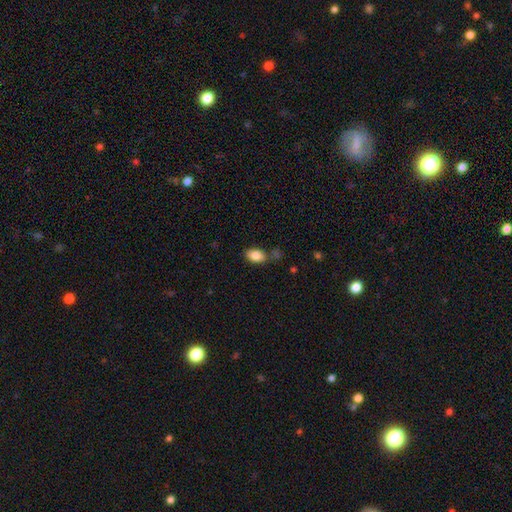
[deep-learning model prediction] Smooth or featured? smooth (84%)
How rounded? in between (90%)
Merging? none (68%)